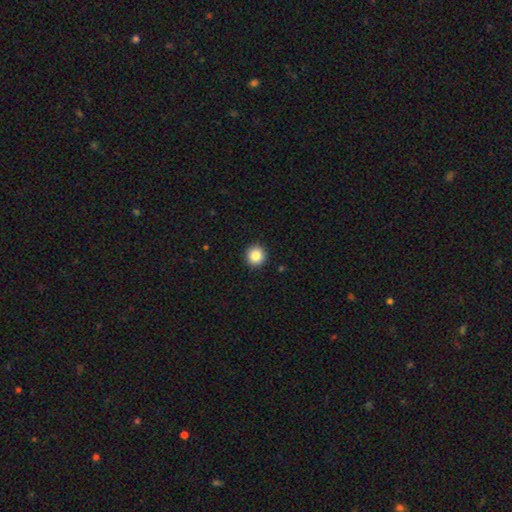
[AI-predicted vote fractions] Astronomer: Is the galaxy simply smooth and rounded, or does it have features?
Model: smooth — 86%.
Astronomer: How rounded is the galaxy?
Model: round — 93%.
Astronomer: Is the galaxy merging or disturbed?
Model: none — 93%.